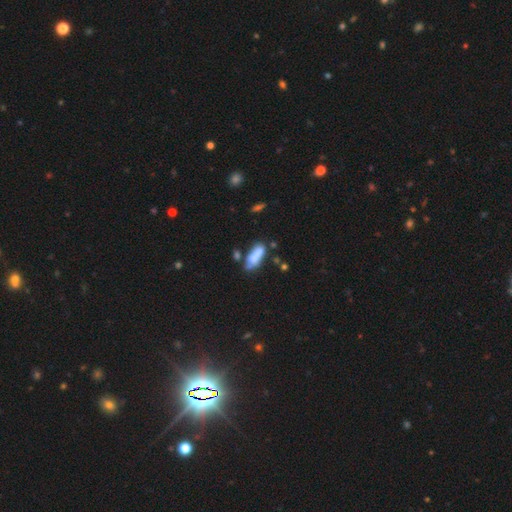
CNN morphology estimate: smooth 72%, featured or disk 19%, star or artifact 9%. Down the decision tree: how rounded — in between (69%); merging — none (41%).